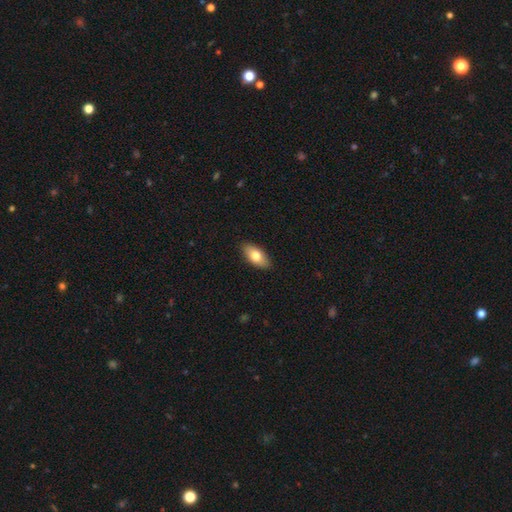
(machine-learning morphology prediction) Smooth or featured? smooth (76%)
How rounded? in between (90%)
Merging? none (88%)